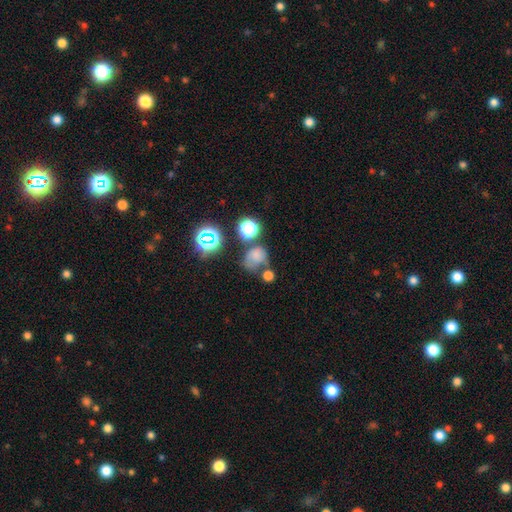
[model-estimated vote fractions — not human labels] This appears to be a smooth galaxy with no disk features (63%) that is round (56%). Merging: none (37%).